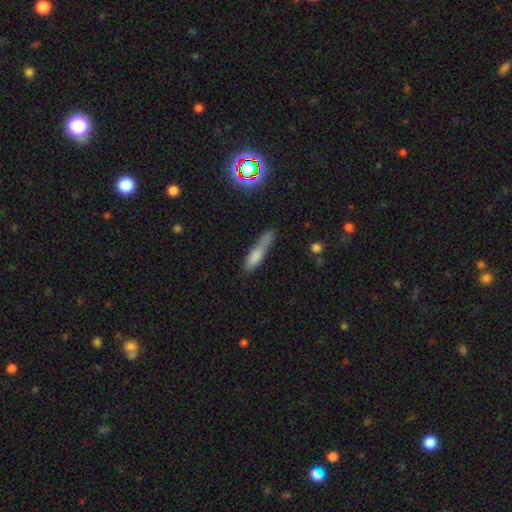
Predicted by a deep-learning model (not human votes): This appears to be a smooth galaxy with no disk features (66%) that is cigar-shaped (71%). Merging: none (43%).